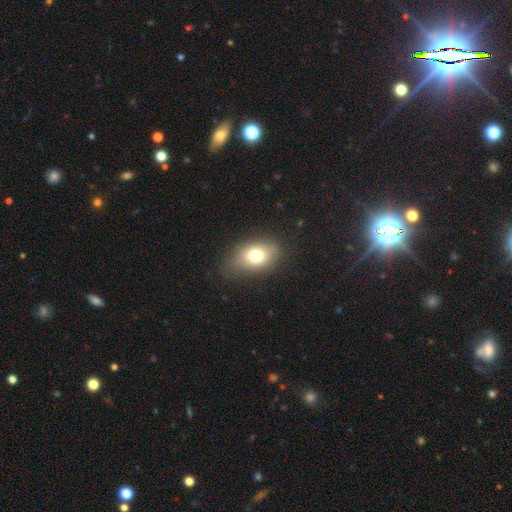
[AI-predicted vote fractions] Smooth or featured? Predicted: smooth (p=0.74). How rounded? Predicted: in between (p=0.80). Merging? Predicted: none (p=0.73).